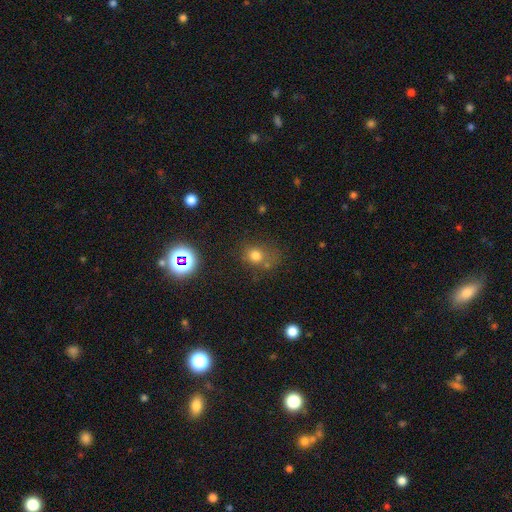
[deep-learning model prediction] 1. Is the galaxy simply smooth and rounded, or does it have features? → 71% smooth, 19% star or artifact, 9% featured or disk.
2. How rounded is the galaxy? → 66% round, 33% in between, 1% cigar-shaped.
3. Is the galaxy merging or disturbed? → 57% none, 20% minor disturbance, 12% major disturbance, 11% merger.